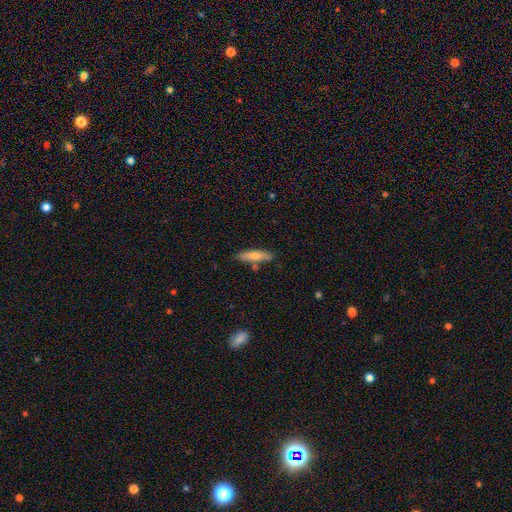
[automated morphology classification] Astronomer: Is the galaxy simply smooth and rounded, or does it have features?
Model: smooth — 71%.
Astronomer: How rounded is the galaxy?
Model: cigar-shaped — 69%.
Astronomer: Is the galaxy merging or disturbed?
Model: none — 77%.